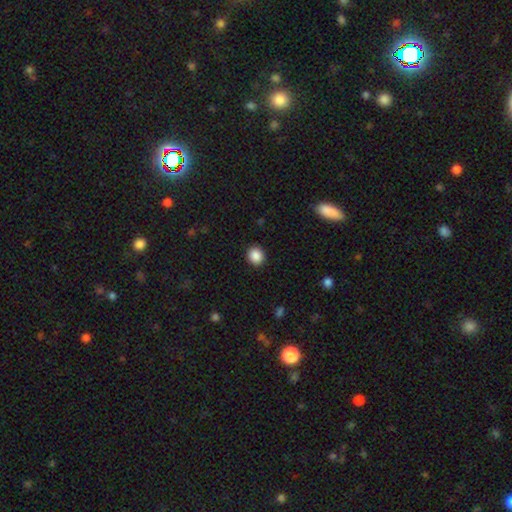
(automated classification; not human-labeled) Q: Smooth or featured?
A: smooth (88%); runner-up: star or artifact (9%)
Q: How rounded?
A: round (85%); runner-up: in between (14%)
Q: Merging?
A: none (92%); runner-up: minor disturbance (5%)